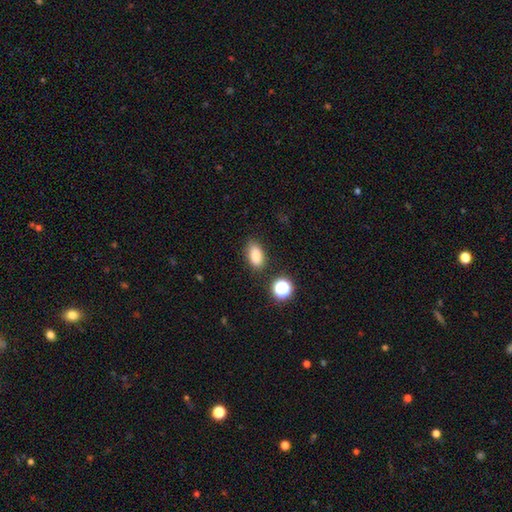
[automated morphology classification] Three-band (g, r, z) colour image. It shows a smooth galaxy with no disk features (84%) that is in between round and cigar-shaped (88%). Merging: none (81%).